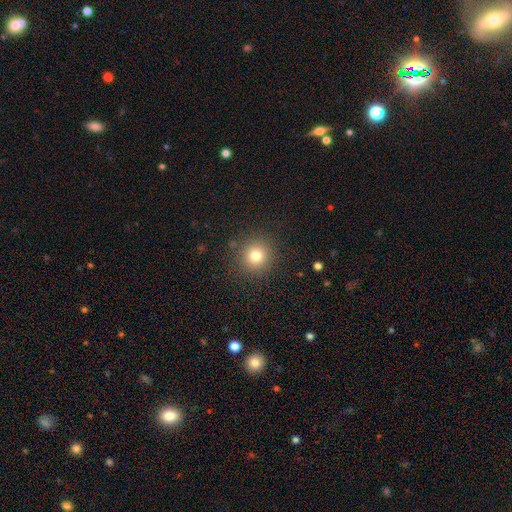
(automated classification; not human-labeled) Smooth or featured? smooth (78%)
How rounded? round (93%)
Merging? none (89%)